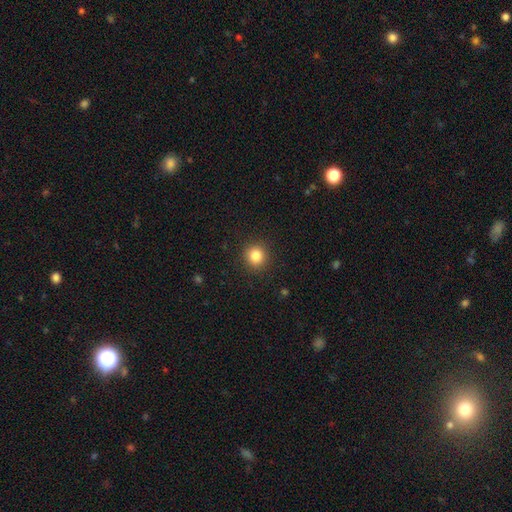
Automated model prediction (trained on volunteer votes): A smooth galaxy with no disk features (84%) that is round (92%).

Vote fractions:
- Smooth or featured? smooth: 84% / star or artifact: 11% / featured or disk: 5%
- How rounded? round: 92% / in between: 8% / cigar-shaped: 1%
- Merging? none: 91% / minor disturbance: 6% / major disturbance: 2% / merger: 1%